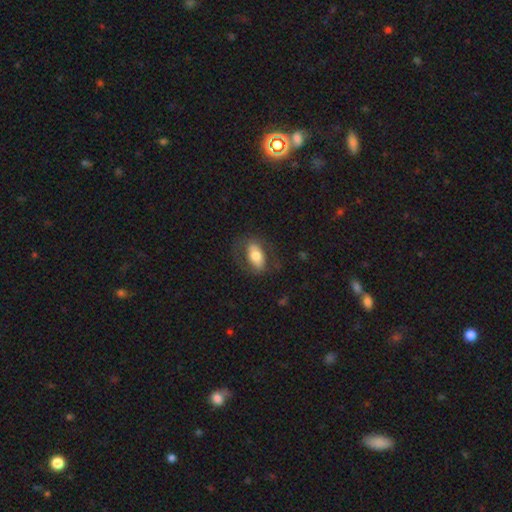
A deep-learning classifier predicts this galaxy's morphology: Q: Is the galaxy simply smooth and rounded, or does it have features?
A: smooth — 63%.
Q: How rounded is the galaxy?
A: in between — 89%.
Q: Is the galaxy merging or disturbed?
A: none — 70%.